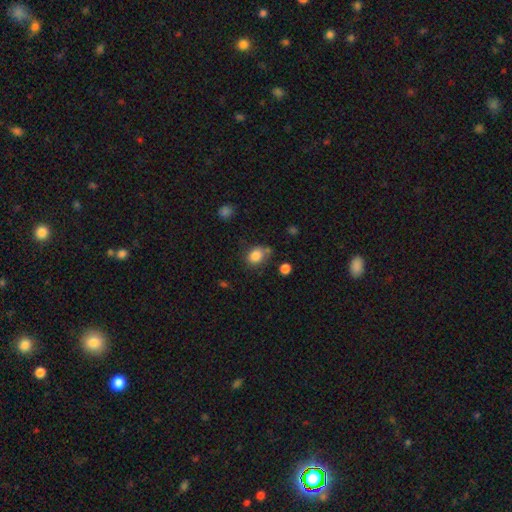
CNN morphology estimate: smooth_or_featured: smooth (p=0.84) [alt: star or artifact p=0.10]
how_rounded: in between (p=0.53) [alt: round p=0.46]
merging: none (p=0.63) [alt: minor disturbance p=0.21]